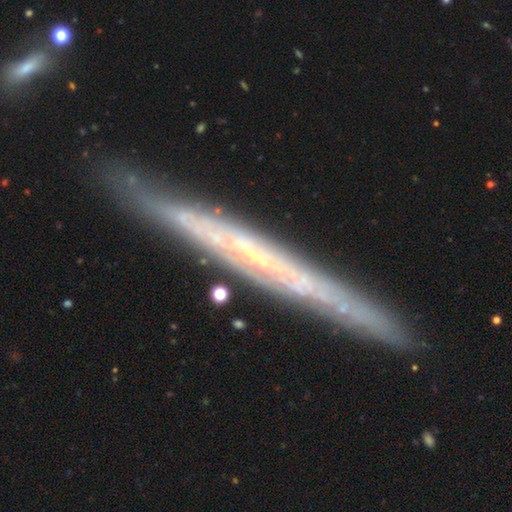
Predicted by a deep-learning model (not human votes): This is likely a featured or disk galaxy (72%). It is clearly viewed edge-on (94%). Edge-on bulge: clearly none (86%). Merging: clearly none (86%).